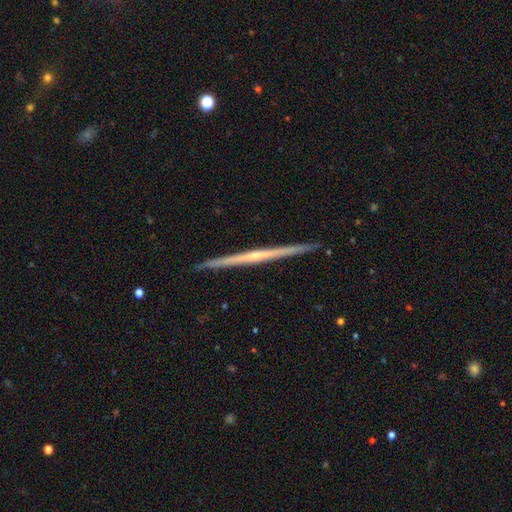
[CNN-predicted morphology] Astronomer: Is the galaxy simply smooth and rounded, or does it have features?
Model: featured or disk — 80%.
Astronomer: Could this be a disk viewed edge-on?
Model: yes — 98%.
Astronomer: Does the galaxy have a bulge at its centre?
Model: rounded — 47%, tied with none at 47%.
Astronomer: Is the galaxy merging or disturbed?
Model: none — 92%.